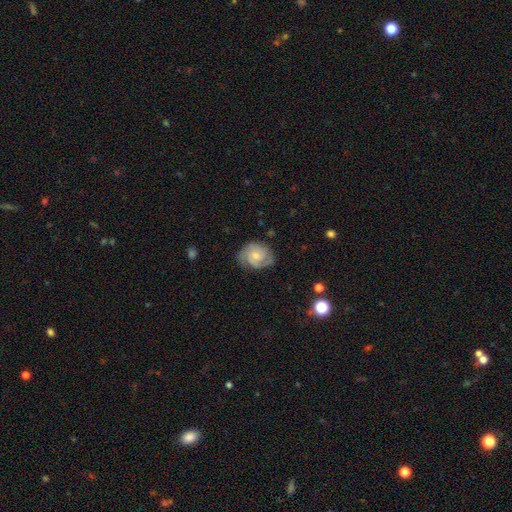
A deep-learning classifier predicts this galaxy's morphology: The model was most divided on "bulge size": small: 55%, moderate: 38%, none: 4%, large: 2%, dominant: 1%. Remaining: edge-on disk — no (97%); spiral arms — yes (92%); merging — none (69%); bar — no (67%); smooth or featured — featured or disk (65%); spiral winding — tight (54%); spiral arm count — 2 (48%).